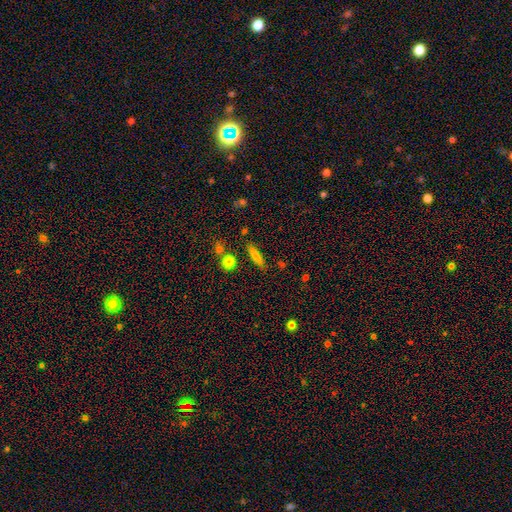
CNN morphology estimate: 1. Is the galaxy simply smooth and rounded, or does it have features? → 70% smooth, 21% featured or disk, 9% star or artifact.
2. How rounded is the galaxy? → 79% cigar-shaped, 18% in between, 3% round.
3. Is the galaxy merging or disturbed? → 82% none, 10% minor disturbance, 4% merger, 3% major disturbance.